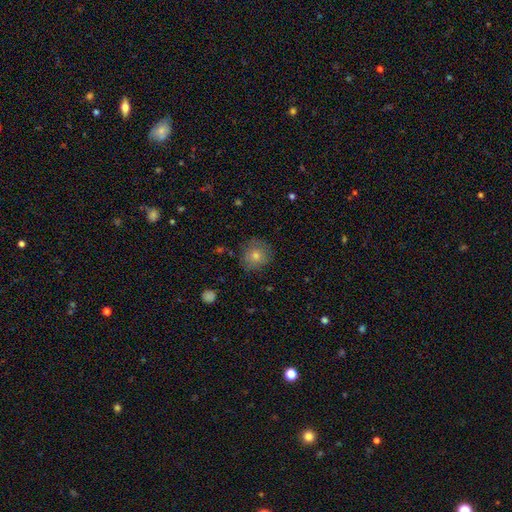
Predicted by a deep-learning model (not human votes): Morphology: type=smooth (63%); roundness=round (89%); merging=none (80%).